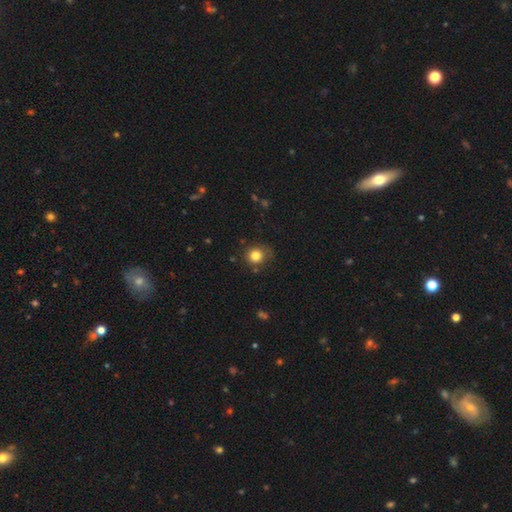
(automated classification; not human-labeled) Q: Smooth or featured?
A: smooth (82%); runner-up: star or artifact (12%)
Q: How rounded?
A: round (83%); runner-up: in between (16%)
Q: Merging?
A: none (73%); runner-up: minor disturbance (18%)